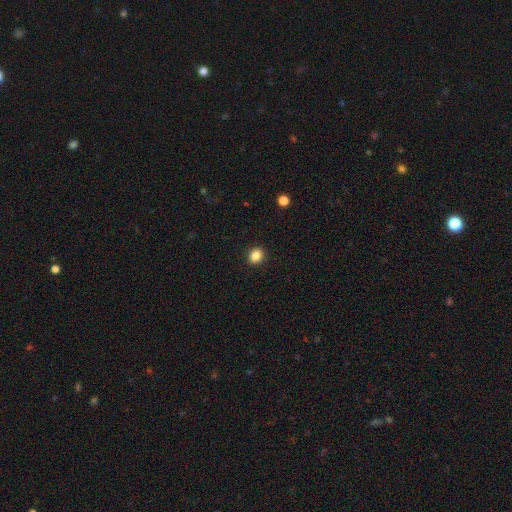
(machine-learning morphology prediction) Q: Smooth or featured?
A: smooth (86%); runner-up: star or artifact (10%)
Q: How rounded?
A: round (59%); runner-up: in between (40%)
Q: Merging?
A: none (91%); runner-up: minor disturbance (6%)